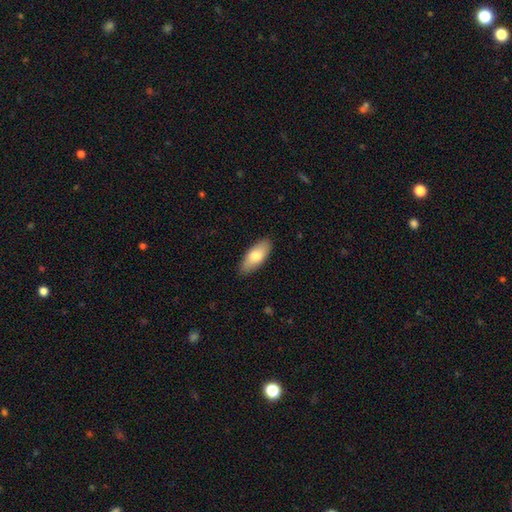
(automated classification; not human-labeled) The model was most divided on "smooth or featured": smooth: 79%, featured or disk: 15%, star or artifact: 6%. More confident: merging — none (87%); how rounded — in between (83%).